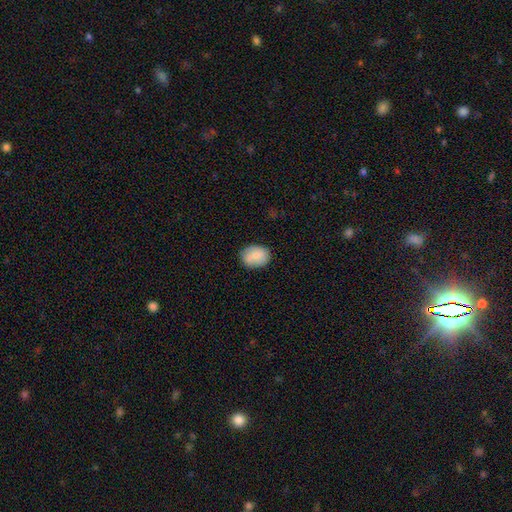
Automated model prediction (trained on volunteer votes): Smooth or featured?
  - smooth: 79% *
  - featured or disk: 14%
  - star or artifact: 7%
How rounded?
  - in between: 59% *
  - round: 40%
  - cigar-shaped: 1%
Merging?
  - none: 78% *
  - minor disturbance: 17%
  - major disturbance: 3%
  - merger: 1%